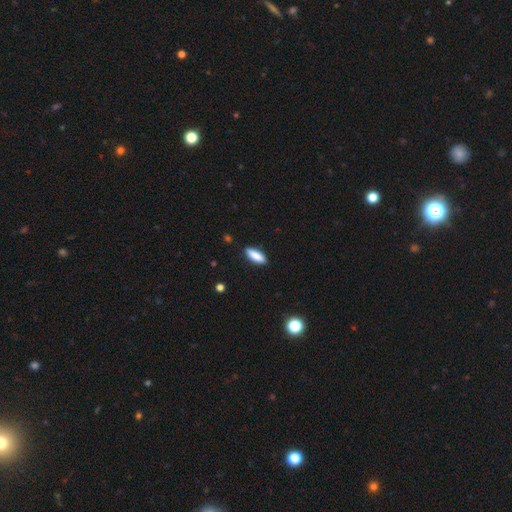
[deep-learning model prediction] A smooth galaxy with no disk features (87%) that is in between round and cigar-shaped (66%).

Vote fractions:
- Smooth or featured? smooth: 87% / featured or disk: 7% / star or artifact: 6%
- How rounded? in between: 66% / cigar-shaped: 33% / round: 2%
- Merging? none: 87% / minor disturbance: 10% / major disturbance: 2% / merger: 1%